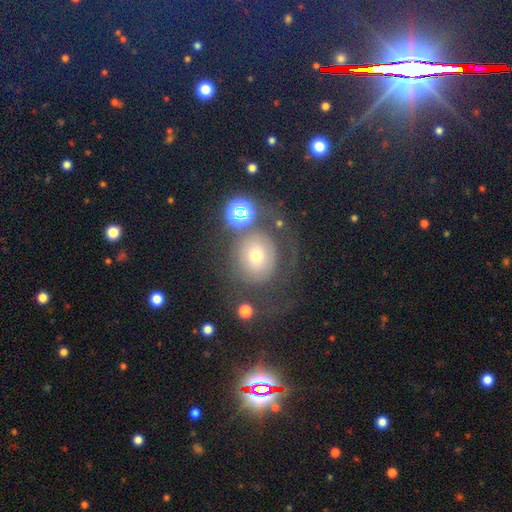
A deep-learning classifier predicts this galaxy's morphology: Overall: smooth (45%; featured or disk 39%). Merging: none (50%; major disturbance 26%).